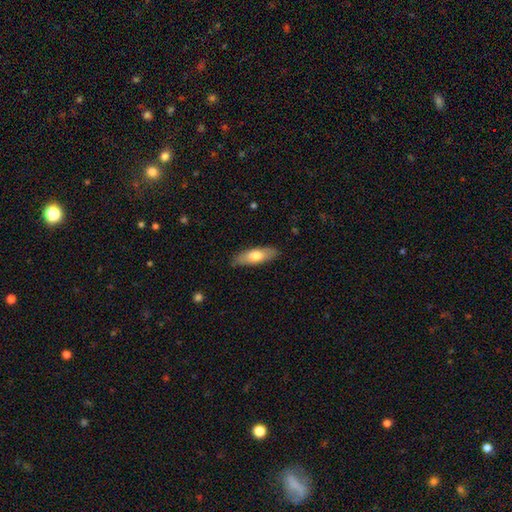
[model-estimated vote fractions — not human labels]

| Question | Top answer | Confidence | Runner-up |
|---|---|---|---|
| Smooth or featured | smooth | 68% | featured or disk (26%) |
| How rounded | in between | 62% | cigar-shaped (36%) |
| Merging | none | 85% | minor disturbance (12%) |